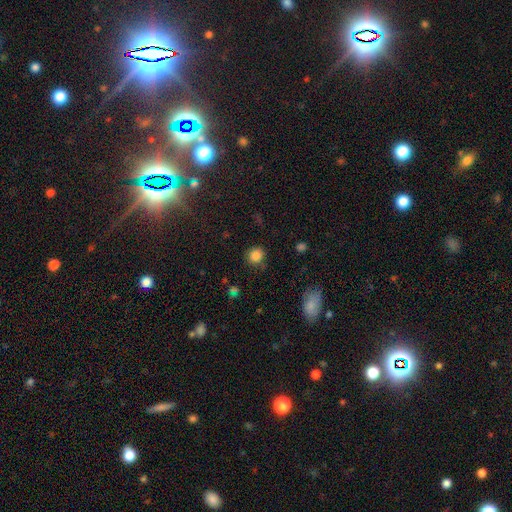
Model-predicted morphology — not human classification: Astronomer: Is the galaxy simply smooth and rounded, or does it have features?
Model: smooth — 84%.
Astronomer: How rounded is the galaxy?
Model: round — 89%.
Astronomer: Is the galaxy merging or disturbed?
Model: none — 83%.